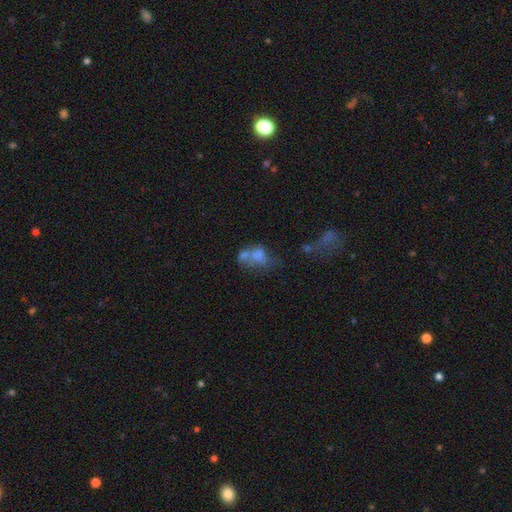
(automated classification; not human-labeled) Smooth or featured? Predicted: smooth (p=0.56). How rounded? Predicted: in between (p=0.73). Merging? Predicted: merger (p=0.51).